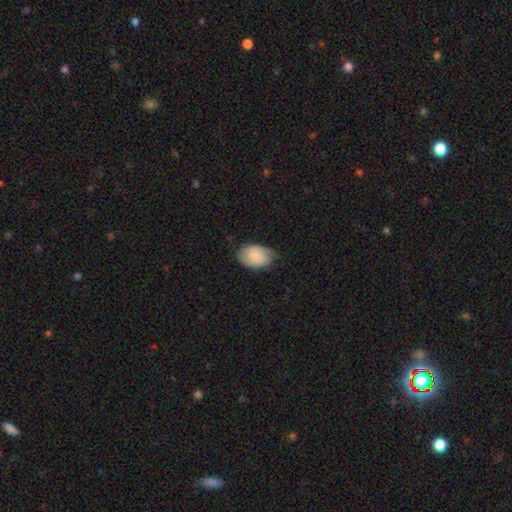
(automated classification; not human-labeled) This appears to be a smooth galaxy with no disk features (68%) that is in between round and cigar-shaped (85%). Merging: none (67%).